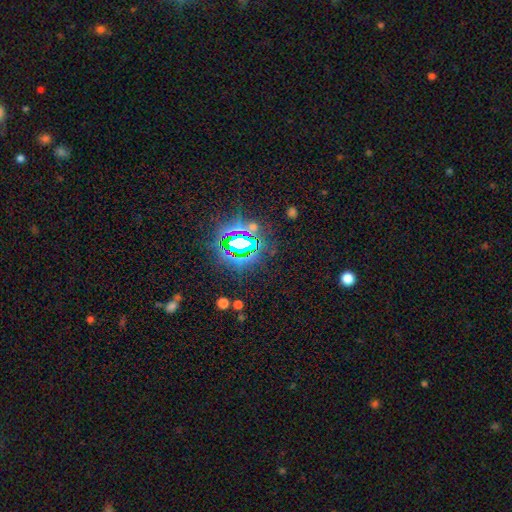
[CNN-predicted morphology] Smooth or featured?
  - star or artifact: 83% *
  - smooth: 10%
  - featured or disk: 7%